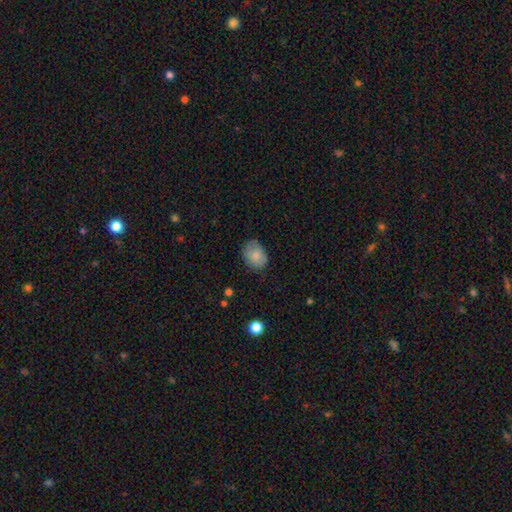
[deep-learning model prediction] A smooth galaxy with no disk features (81%) that is in between round and cigar-shaped (68%).

Vote fractions:
- Smooth or featured? smooth: 81% / featured or disk: 11% / star or artifact: 7%
- How rounded? in between: 68% / round: 31% / cigar-shaped: 1%
- Merging? none: 70% / minor disturbance: 24% / major disturbance: 5% / merger: 1%